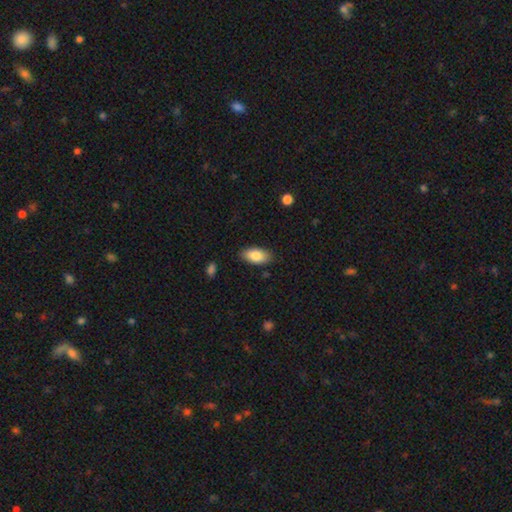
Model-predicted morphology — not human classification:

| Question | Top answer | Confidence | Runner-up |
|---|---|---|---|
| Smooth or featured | smooth | 84% | featured or disk (10%) |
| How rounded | in between | 93% | cigar-shaped (4%) |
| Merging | none | 86% | minor disturbance (11%) |